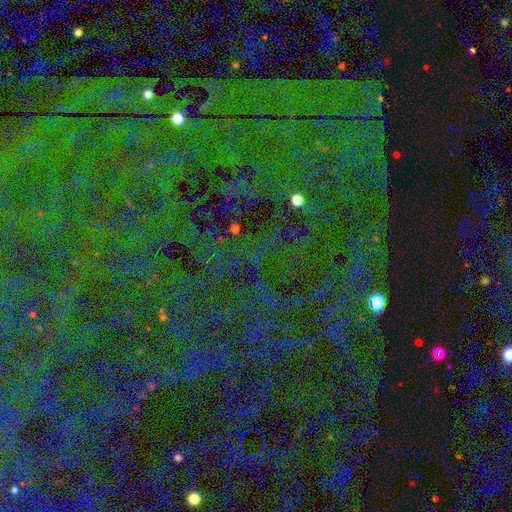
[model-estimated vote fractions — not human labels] A star or artifact, not a galaxy (80%).

Vote fractions:
- Smooth or featured? star or artifact: 80% / smooth: 12% / featured or disk: 8%